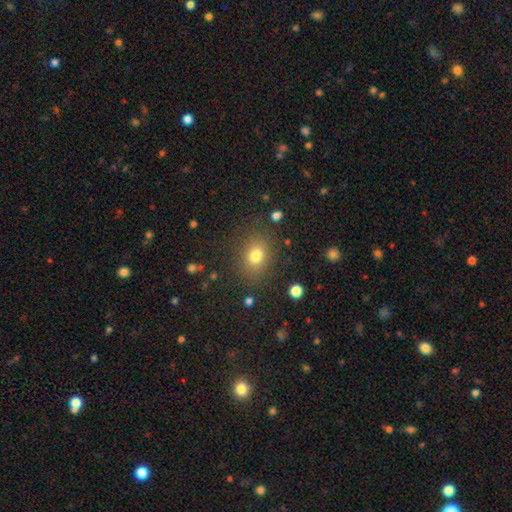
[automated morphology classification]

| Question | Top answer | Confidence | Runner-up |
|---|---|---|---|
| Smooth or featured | smooth | 77% | star or artifact (14%) |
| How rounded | round | 53% | in between (46%) |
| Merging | none | 84% | minor disturbance (10%) |